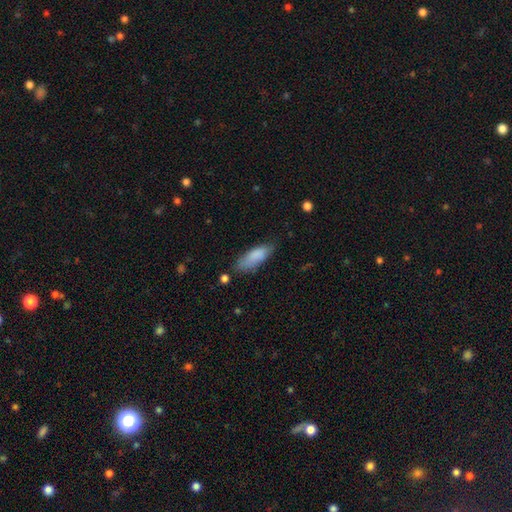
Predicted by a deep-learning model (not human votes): This is clearly a smooth galaxy (84%). How rounded: likely in between (66%). Merging: likely none (66%).